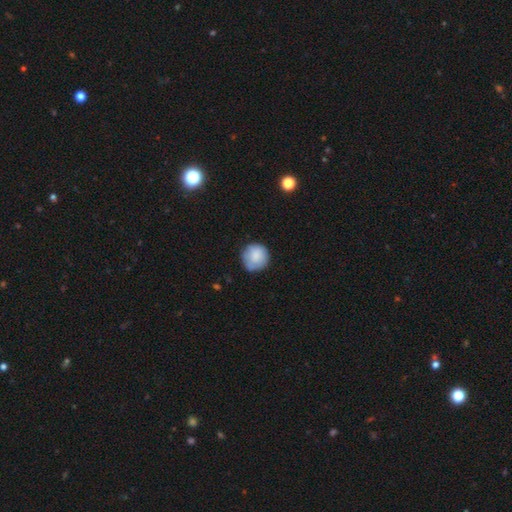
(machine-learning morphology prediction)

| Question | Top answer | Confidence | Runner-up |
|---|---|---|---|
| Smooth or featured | smooth | 82% | featured or disk (11%) |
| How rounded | round | 92% | in between (7%) |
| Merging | none | 76% | minor disturbance (18%) |